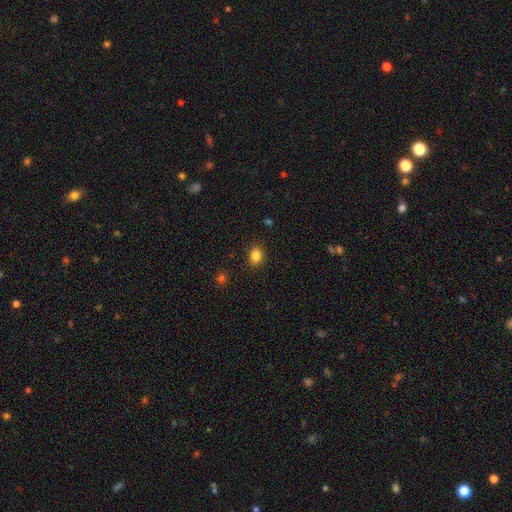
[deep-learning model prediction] A smooth galaxy with no disk features (85%) that is round (54%). Merging: none (89%).